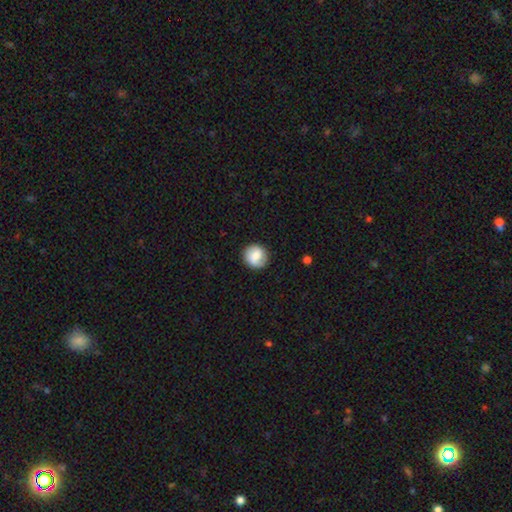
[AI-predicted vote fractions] This is likely a smooth galaxy (69%). How rounded: clearly round (90%). Merging: clearly none (83%).